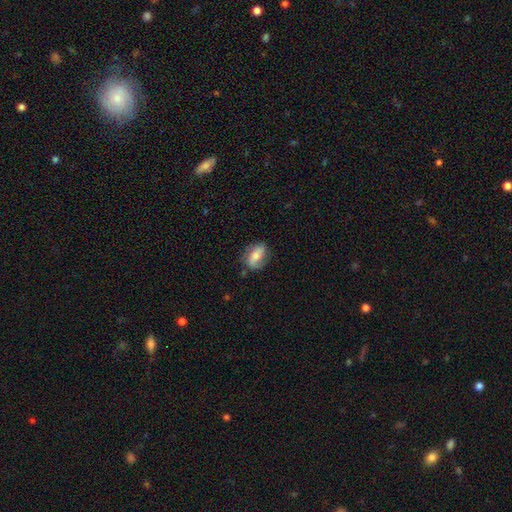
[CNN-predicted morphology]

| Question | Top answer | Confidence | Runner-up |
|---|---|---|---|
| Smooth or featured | smooth | 47% | featured or disk (46%) |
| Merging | none | 70% | minor disturbance (21%) |